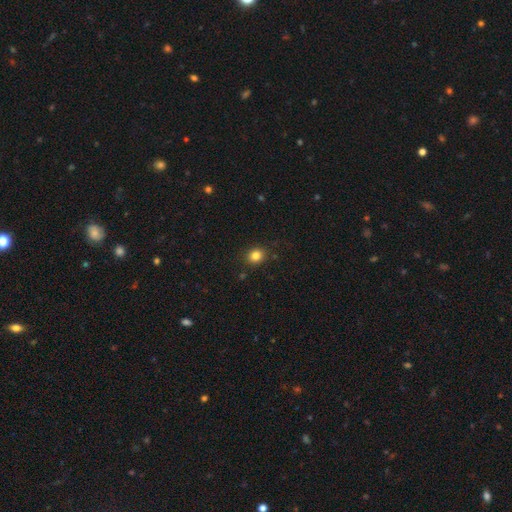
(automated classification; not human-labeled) This appears to be a smooth galaxy with no disk features (82%) that is round (70%). Merging: none (87%).